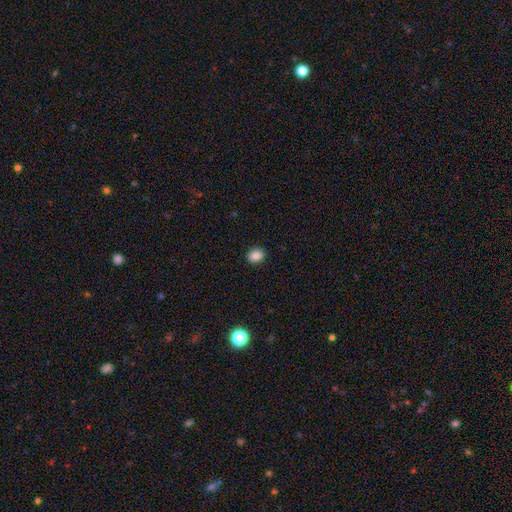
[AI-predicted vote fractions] smooth 86%, star or artifact 9%, featured or disk 5%. Down the decision tree: how rounded — round (54%); merging — none (91%).